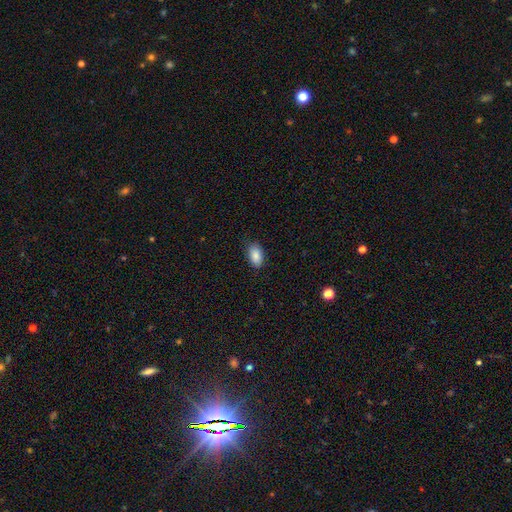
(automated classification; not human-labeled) A smooth galaxy with no disk features (88%) that is in between round and cigar-shaped (94%). Merging: none (84%).